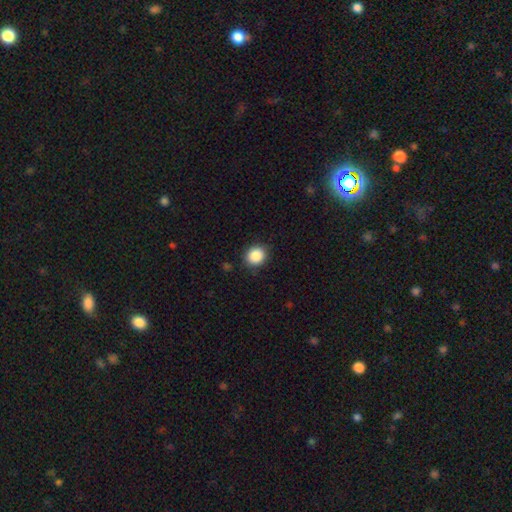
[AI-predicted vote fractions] Q: Smooth or featured?
A: smooth (88%); runner-up: star or artifact (9%)
Q: How rounded?
A: round (78%); runner-up: in between (21%)
Q: Merging?
A: none (88%); runner-up: minor disturbance (9%)